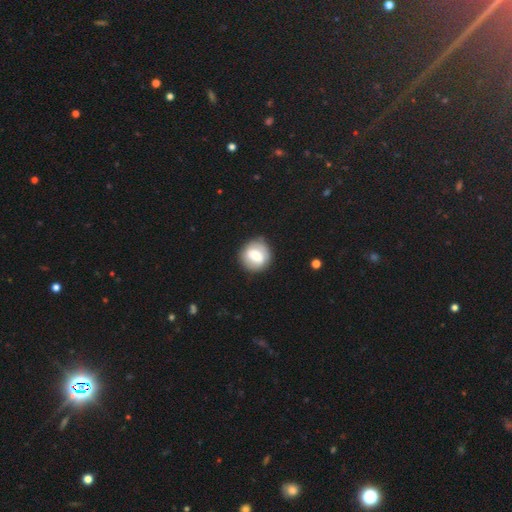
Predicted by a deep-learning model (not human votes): This appears to be a smooth galaxy with no disk features (58%) that is round (90%). Merging: none (85%).